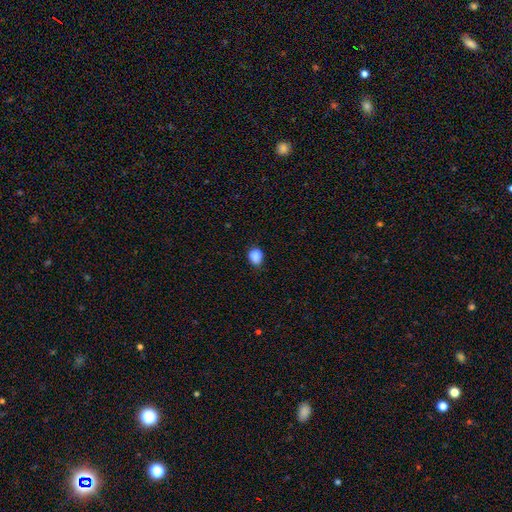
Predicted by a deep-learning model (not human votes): A smooth galaxy with no disk features (87%) that is round (57%).

Vote fractions:
- Smooth or featured? smooth: 87% / star or artifact: 9% / featured or disk: 4%
- How rounded? round: 57% / in between: 42% / cigar-shaped: 1%
- Merging? none: 73% / minor disturbance: 22% / major disturbance: 4% / merger: 2%